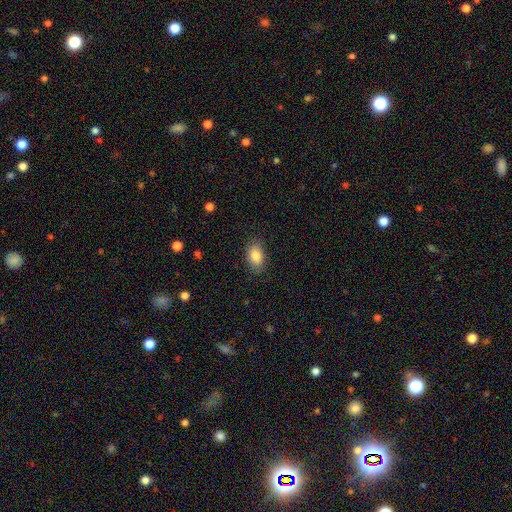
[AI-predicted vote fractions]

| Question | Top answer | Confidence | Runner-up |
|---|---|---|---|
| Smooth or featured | smooth | 86% | star or artifact (8%) |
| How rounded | in between | 90% | round (9%) |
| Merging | none | 84% | minor disturbance (12%) |